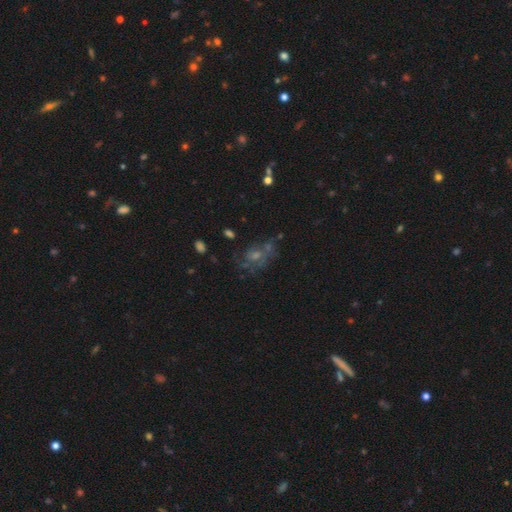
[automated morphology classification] The model was most divided on "smooth or featured": featured or disk: 46%, star or artifact: 28%, smooth: 27%. More confident: merging — none (52%).